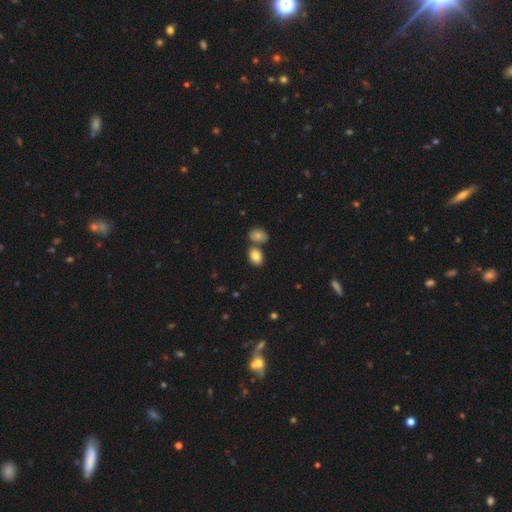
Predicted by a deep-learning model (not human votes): This appears to be a smooth galaxy with no disk features (83%) that is in between round and cigar-shaped (69%). Merging: none (62%).